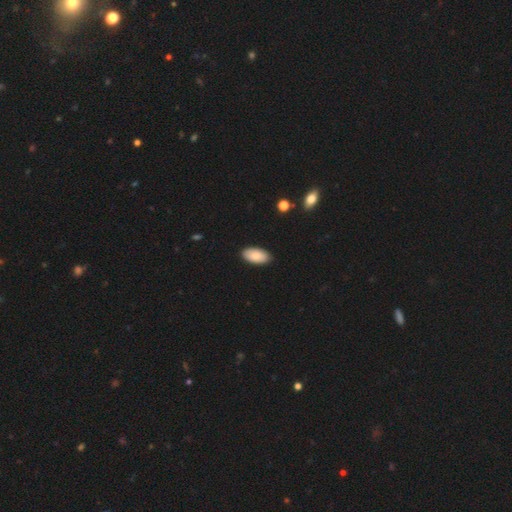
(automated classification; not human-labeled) smooth-or-featured: smooth: 87% | featured or disk: 8% | star or artifact: 6%
  how-rounded: in between: 96% | cigar-shaped: 2% | round: 2%
  merging: none: 89% | minor disturbance: 8% | major disturbance: 2% | merger: 1%